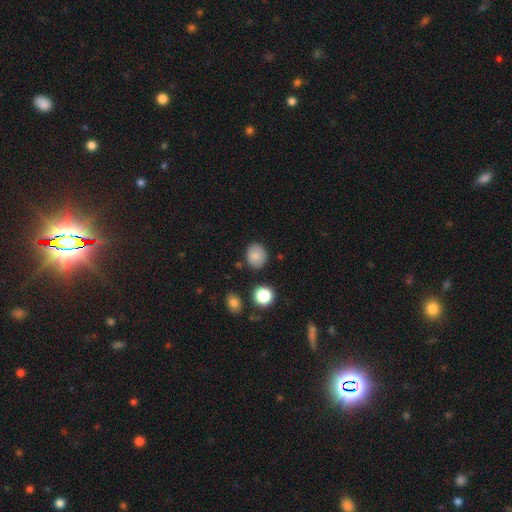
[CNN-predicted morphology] Q: Smooth or featured?
A: smooth (82%); runner-up: star or artifact (10%)
Q: How rounded?
A: round (69%); runner-up: in between (30%)
Q: Merging?
A: none (84%); runner-up: minor disturbance (11%)